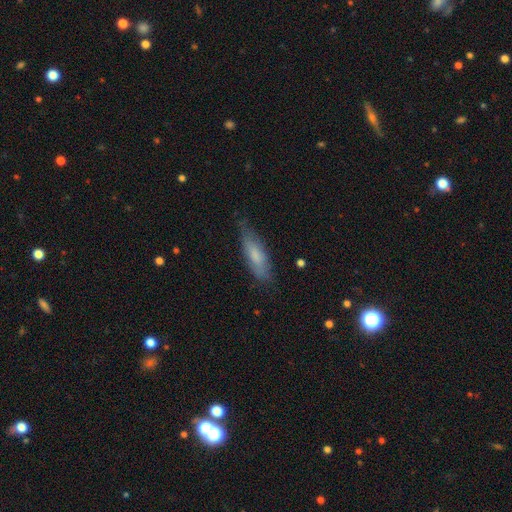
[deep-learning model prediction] A smooth galaxy with no disk features (68%) that is cigar-shaped (52%).

Vote fractions:
- Smooth or featured? smooth: 68% / featured or disk: 25% / star or artifact: 7%
- How rounded? cigar-shaped: 52% / in between: 47% / round: 2%
- Merging? none: 70% / minor disturbance: 23% / major disturbance: 5% / merger: 1%